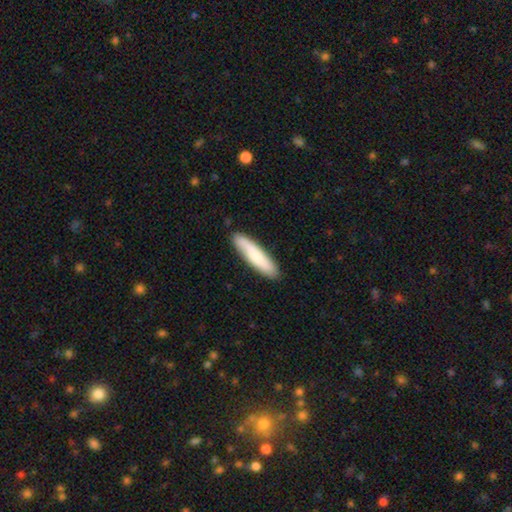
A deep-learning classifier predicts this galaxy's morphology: Smooth or featured? Predicted: smooth (p=0.74). How rounded? Predicted: cigar-shaped (p=0.80). Merging? Predicted: none (p=0.87).